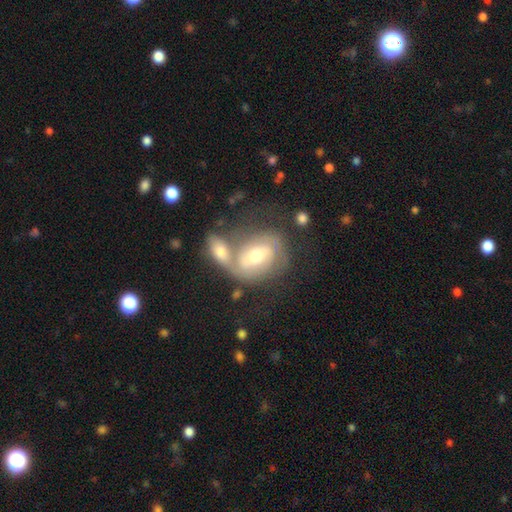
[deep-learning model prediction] smooth_or_featured: featured or disk (p=0.66) [alt: smooth p=0.27]
disk_edge_on: no (p=0.94) [alt: yes p=0.06]
bar: weak (p=0.42) [alt: no p=0.37]
has_spiral_arms: yes (p=0.77) [alt: no p=0.23]
bulge_size: moderate (p=0.67) [alt: small p=0.24]
merging: merger (p=0.45) [alt: none p=0.34]